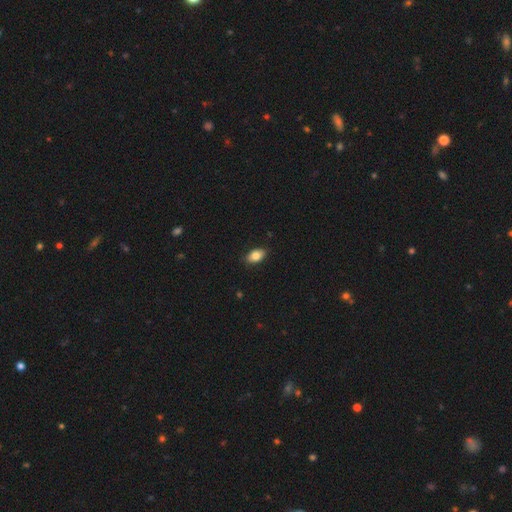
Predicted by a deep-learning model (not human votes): smooth-or-featured: smooth: 82% | featured or disk: 11% | star or artifact: 7%
  how-rounded: in between: 91% | round: 7% | cigar-shaped: 2%
  merging: none: 87% | minor disturbance: 10% | major disturbance: 2% | merger: 1%